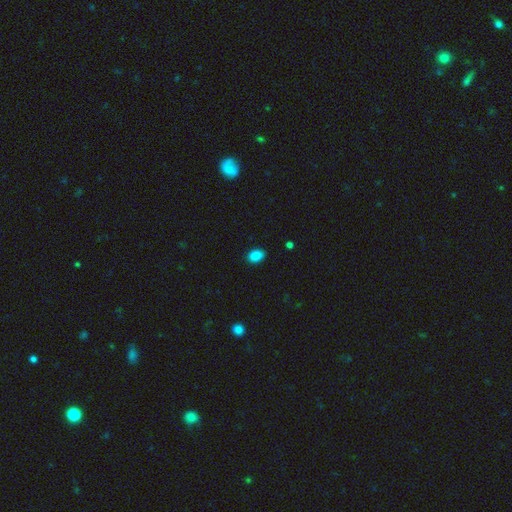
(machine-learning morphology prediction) This appears to be a smooth galaxy with no disk features (87%) that is in between round and cigar-shaped (79%). Merging: none (87%).